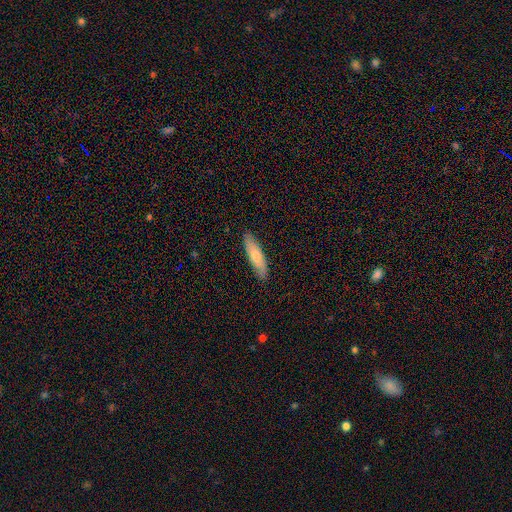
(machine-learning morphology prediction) A smooth galaxy with no disk features (70%) that is cigar-shaped (61%).

Vote fractions:
- Smooth or featured? smooth: 70% / featured or disk: 24% / star or artifact: 6%
- How rounded? cigar-shaped: 61% / in between: 37% / round: 2%
- Merging? none: 86% / minor disturbance: 11% / major disturbance: 2% / merger: 1%